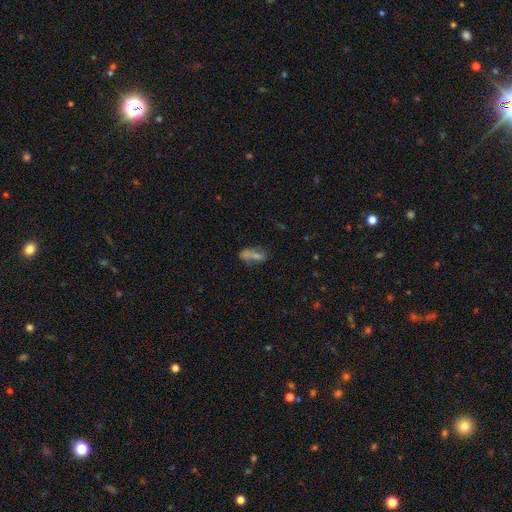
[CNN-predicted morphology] Smooth or featured: smooth — 57% (featured or disk — 23%)
How rounded: in between — 61% (cigar-shaped — 30%)
Merging: none — 49% (merger — 23%)